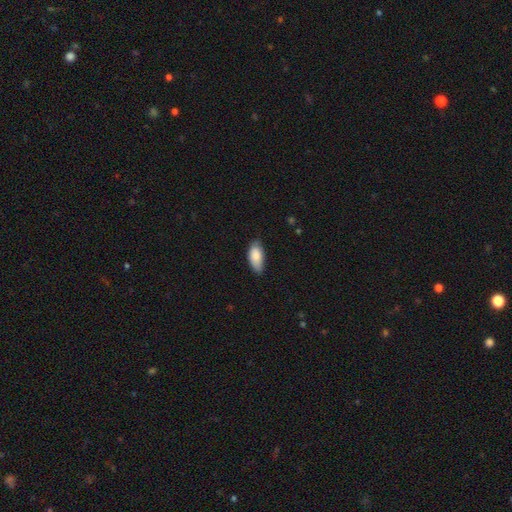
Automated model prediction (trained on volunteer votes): This is clearly a smooth galaxy (85%). How rounded: clearly in between (89%). Merging: likely none (63%).